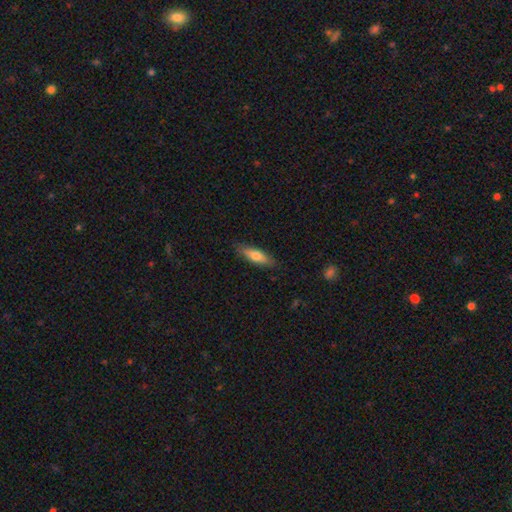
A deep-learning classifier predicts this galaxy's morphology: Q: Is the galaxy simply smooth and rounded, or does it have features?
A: smooth — 66%.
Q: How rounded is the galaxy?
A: cigar-shaped — 55%.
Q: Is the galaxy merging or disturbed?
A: none — 84%.